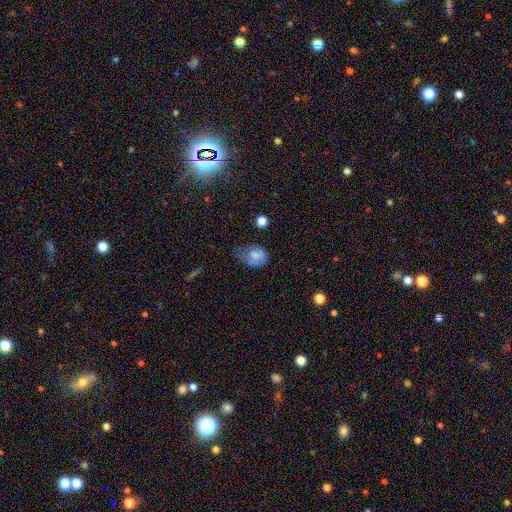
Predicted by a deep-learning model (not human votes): smooth-or-featured: smooth: 71% | featured or disk: 19% | star or artifact: 10%
  how-rounded: in between: 75% | round: 24% | cigar-shaped: 1%
  merging: minor disturbance: 41% | none: 30% | major disturbance: 26% | merger: 3%